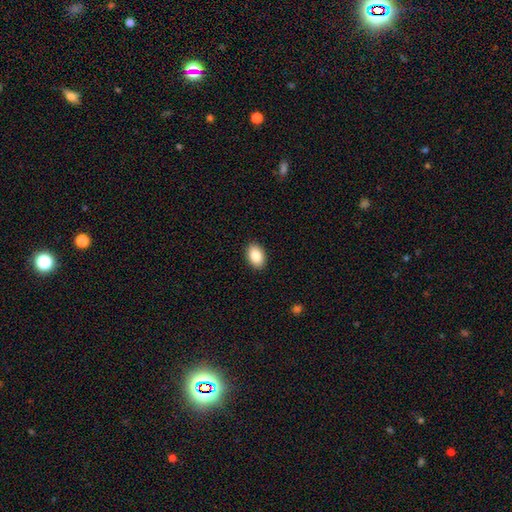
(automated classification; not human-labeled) The model was most divided on "how rounded": in between: 89%, round: 10%, cigar-shaped: 1%. More confident: merging — none (90%); smooth or featured — smooth (87%).